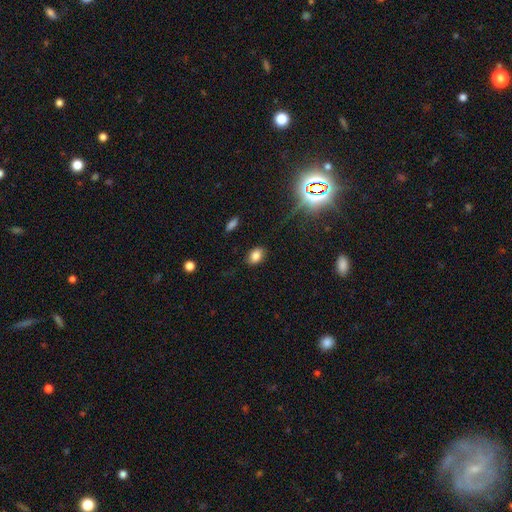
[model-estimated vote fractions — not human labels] A smooth galaxy with no disk features (81%) that is in between round and cigar-shaped (79%). Merging: none (83%).